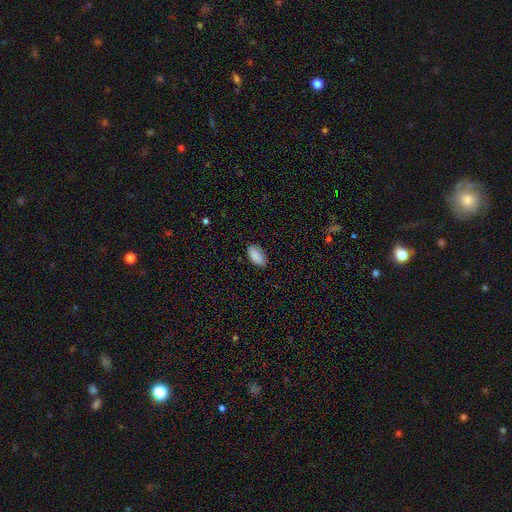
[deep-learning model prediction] The model was most divided on "merging": none: 80%, minor disturbance: 16%, major disturbance: 3%, merger: 1%. More confident: how rounded — in between (93%); smooth or featured — smooth (88%).